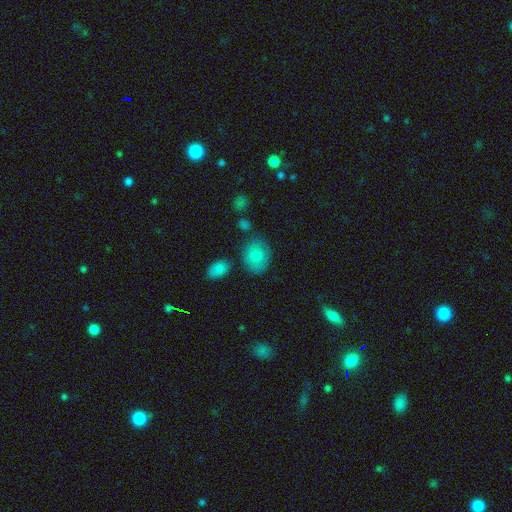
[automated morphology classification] The model was most divided on "how rounded": round: 51%, in between: 48%, cigar-shaped: 1%. More confident: smooth or featured — smooth (78%); merging — none (77%).